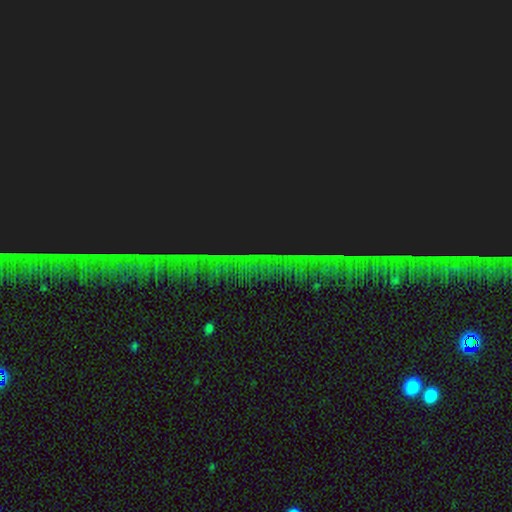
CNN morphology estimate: smooth_or_featured: star or artifact (p=0.87) [alt: featured or disk p=0.07]